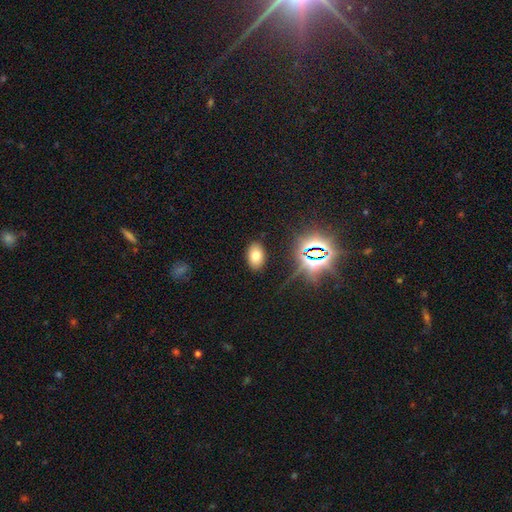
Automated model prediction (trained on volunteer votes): Smooth or featured?
  - smooth: 69% *
  - star or artifact: 19%
  - featured or disk: 11%
How rounded?
  - in between: 89% *
  - round: 10%
  - cigar-shaped: 1%
Merging?
  - none: 87% *
  - minor disturbance: 9%
  - major disturbance: 3%
  - merger: 2%